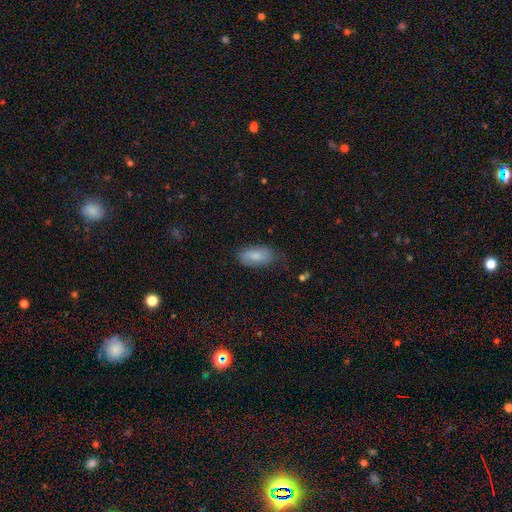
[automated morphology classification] type=smooth (78%); roundness=in between (92%); merging=none (67%).